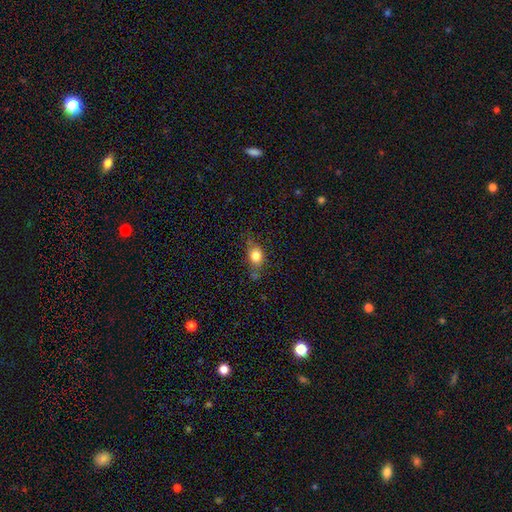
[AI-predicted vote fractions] smooth-or-featured: smooth: 79% | featured or disk: 11% | star or artifact: 10%
  how-rounded: in between: 54% | round: 43% | cigar-shaped: 4%
  merging: none: 57% | minor disturbance: 27% | major disturbance: 8% | merger: 7%